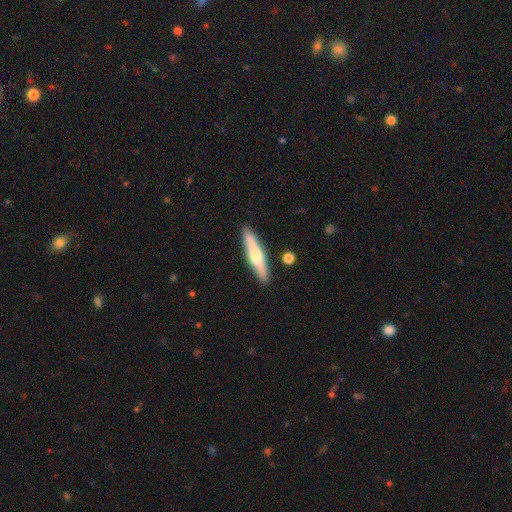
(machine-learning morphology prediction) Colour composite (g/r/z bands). It shows a smooth galaxy with no disk features (50%) that is cigar-shaped (86%). Merging: none (88%).